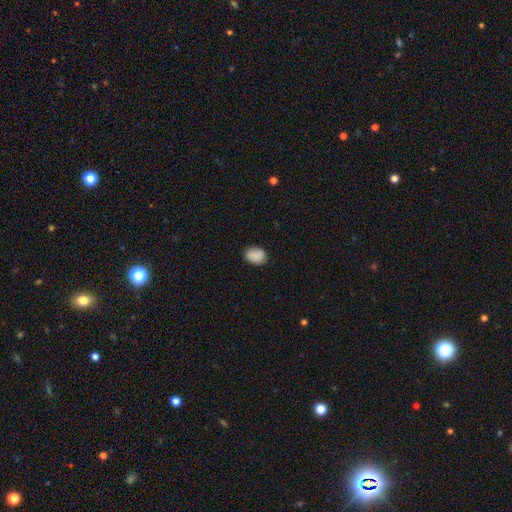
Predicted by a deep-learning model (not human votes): Smooth or featured: smooth — 87% (star or artifact — 8%)
How rounded: in between — 71% (round — 28%)
Merging: none — 83% (minor disturbance — 13%)